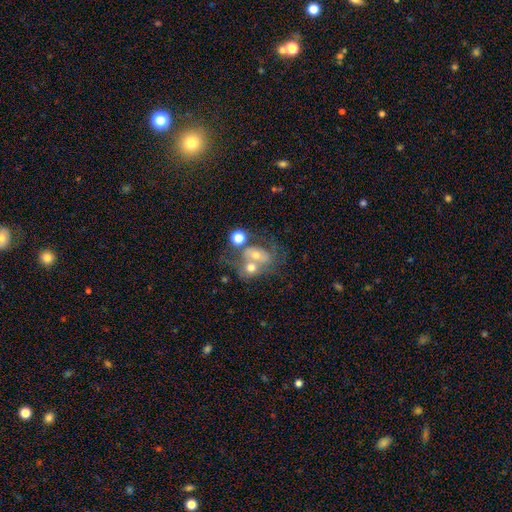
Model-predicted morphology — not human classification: This is possibly a featured or disk galaxy (51%). It is clearly not viewed edge-on (96%). Merging: possibly merger (53%).